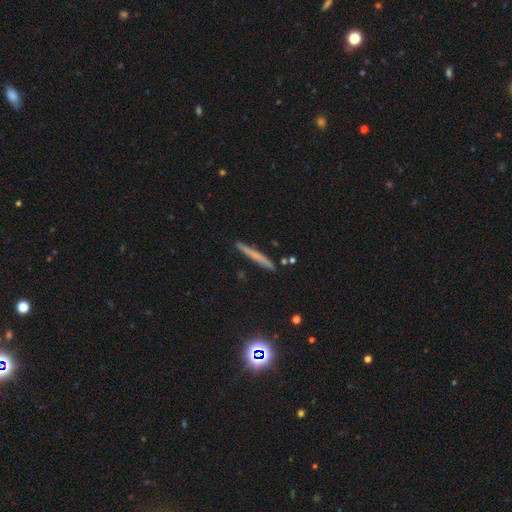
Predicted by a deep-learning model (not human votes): Q: Smooth or featured?
A: smooth (59%); runner-up: featured or disk (31%)
Q: How rounded?
A: cigar-shaped (96%); runner-up: in between (2%)
Q: Merging?
A: none (89%); runner-up: minor disturbance (7%)